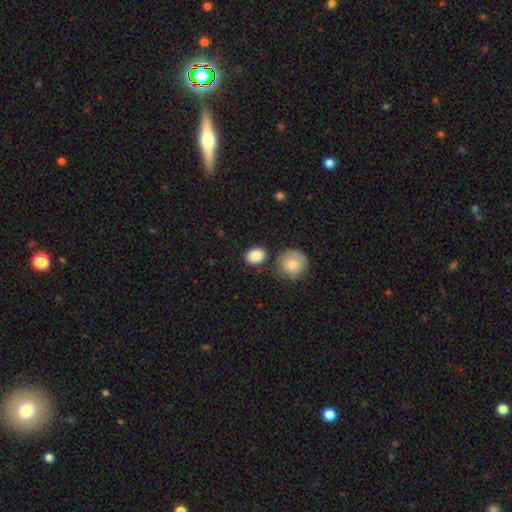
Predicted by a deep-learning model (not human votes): Q: Smooth or featured?
A: smooth (87%); runner-up: star or artifact (7%)
Q: How rounded?
A: in between (54%); runner-up: round (45%)
Q: Merging?
A: none (77%); runner-up: minor disturbance (12%)